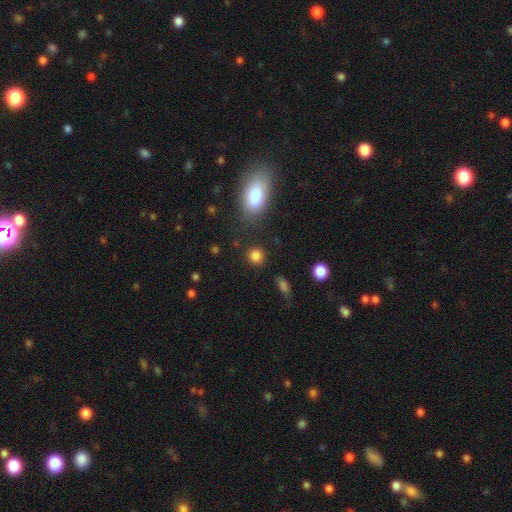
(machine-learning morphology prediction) smooth-or-featured: smooth: 85% | star or artifact: 11% | featured or disk: 5%
  how-rounded: round: 84% | in between: 15% | cigar-shaped: 2%
  merging: none: 86% | minor disturbance: 8% | major disturbance: 3% | merger: 3%